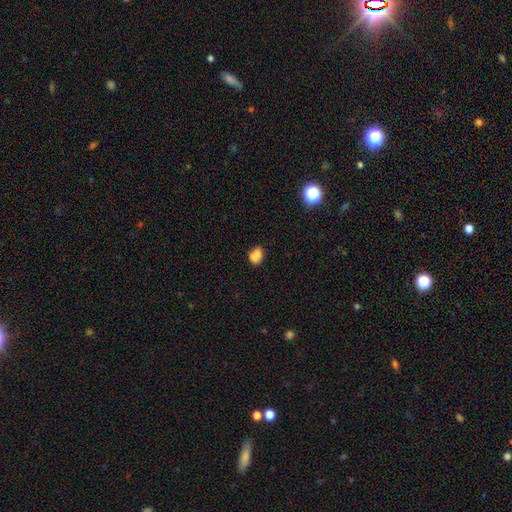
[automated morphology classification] smooth-or-featured: smooth: 77% | featured or disk: 13% | star or artifact: 11%
  how-rounded: in between: 63% | round: 35% | cigar-shaped: 1%
  merging: none: 41% | merger: 35% | minor disturbance: 18% | major disturbance: 7%